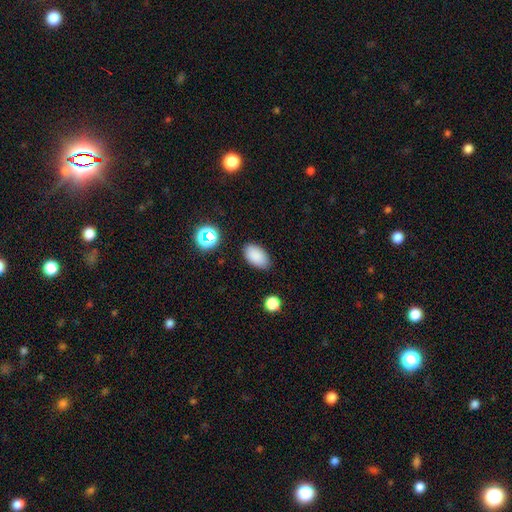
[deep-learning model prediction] Smooth or featured: smooth — 86% (star or artifact — 10%)
How rounded: in between — 93% (round — 5%)
Merging: none — 86% (minor disturbance — 10%)